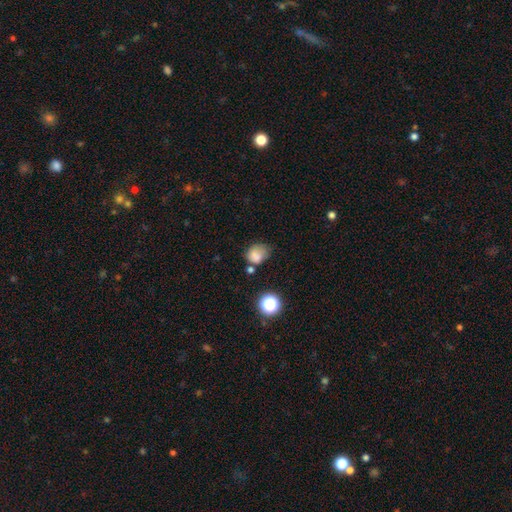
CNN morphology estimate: Smooth or featured? Predicted: smooth (p=0.76). How rounded? Predicted: round (p=0.53). Merging? Predicted: none (p=0.46).